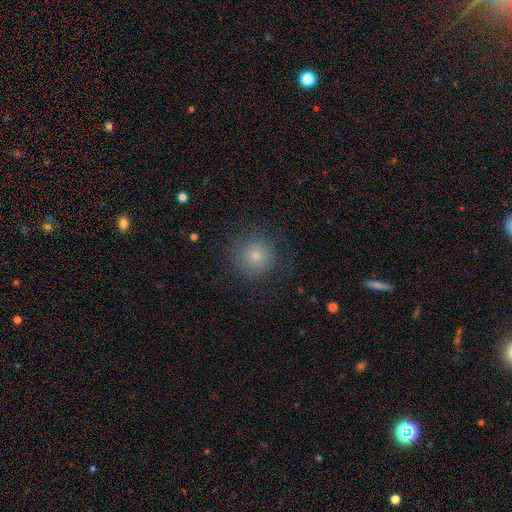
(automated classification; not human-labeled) Smooth or featured?
  - smooth: 79% *
  - star or artifact: 12%
  - featured or disk: 9%
How rounded?
  - round: 94% *
  - in between: 5%
  - cigar-shaped: 1%
Merging?
  - none: 82% *
  - minor disturbance: 12%
  - major disturbance: 6%
  - merger: 1%